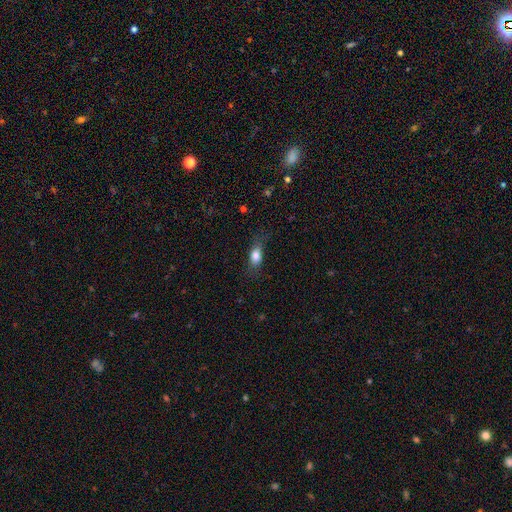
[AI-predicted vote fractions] smooth_or_featured: smooth (p=0.79) [alt: featured or disk p=0.13]
how_rounded: in between (p=0.75) [alt: cigar-shaped p=0.13]
merging: none (p=0.62) [alt: minor disturbance p=0.24]